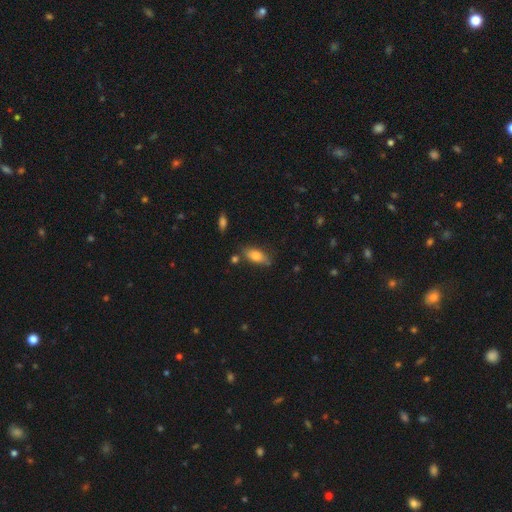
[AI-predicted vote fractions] Overall: smooth (76%). How rounded: in between (84%). Merging: none (70%).